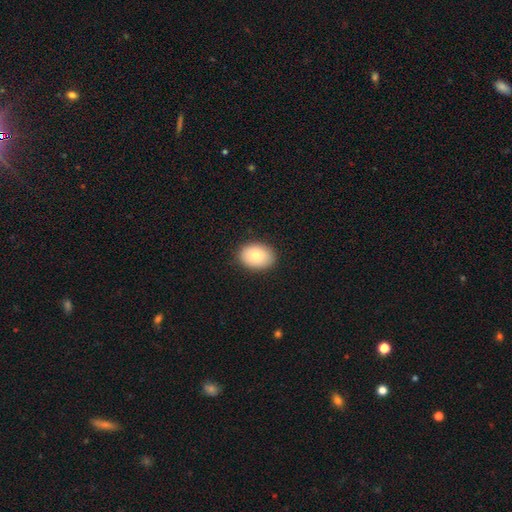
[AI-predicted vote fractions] smooth-or-featured: smooth: 82% | featured or disk: 11% | star or artifact: 7%
  how-rounded: in between: 74% | round: 25% | cigar-shaped: 1%
  merging: none: 89% | minor disturbance: 8% | major disturbance: 2% | merger: 1%